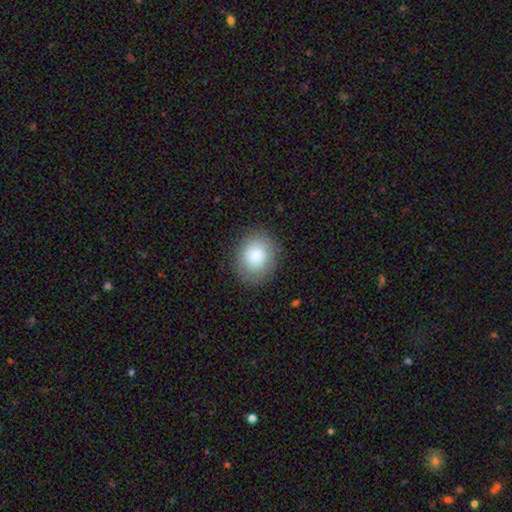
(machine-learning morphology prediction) Overall: smooth (84%). How rounded: round (59%; in between 40%). Merging: none (85%).